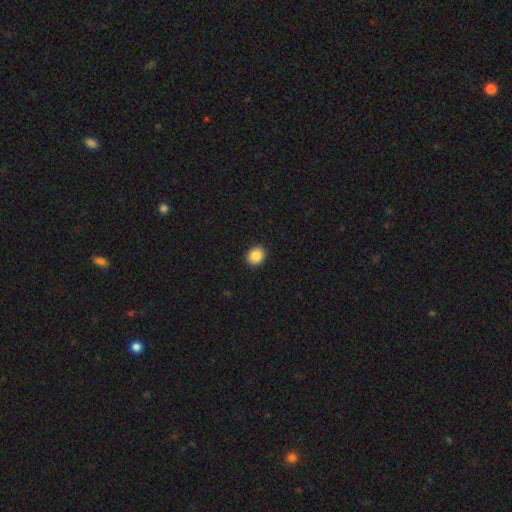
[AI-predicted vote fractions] Smooth or featured? Predicted: smooth (p=0.87). How rounded? Predicted: round (p=0.74). Merging? Predicted: none (p=0.92).